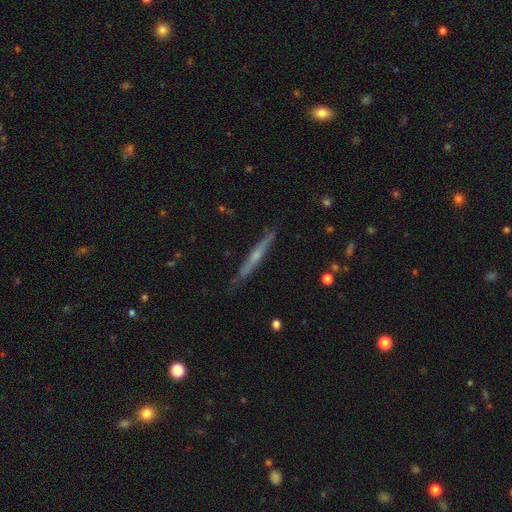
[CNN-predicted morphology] The model was most divided on "edge-on bulge": rounded: 53%, none: 40%, boxy: 6%. More confident: edge-on disk — yes (96%); merging — none (83%); smooth or featured — featured or disk (62%).